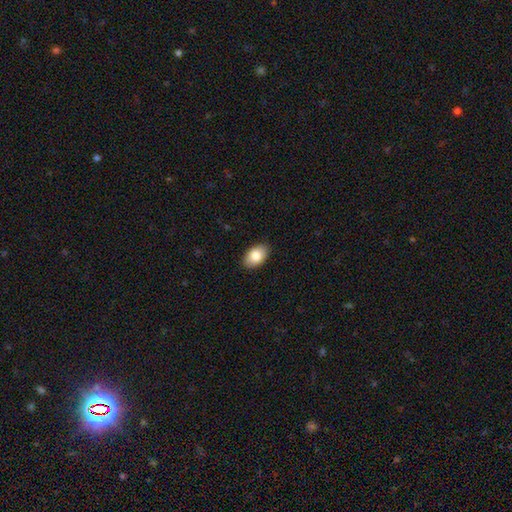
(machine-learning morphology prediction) Smooth or featured: smooth — 84% (featured or disk — 9%)
How rounded: in between — 91% (round — 8%)
Merging: none — 88% (minor disturbance — 9%)